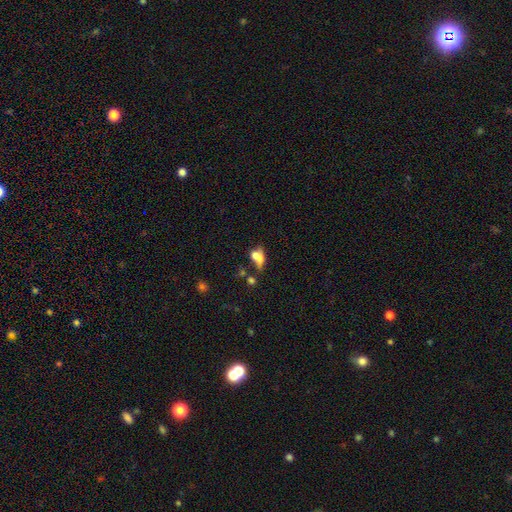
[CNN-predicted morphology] type=smooth (61%); roundness=in between (67%); merging=merger (41%).